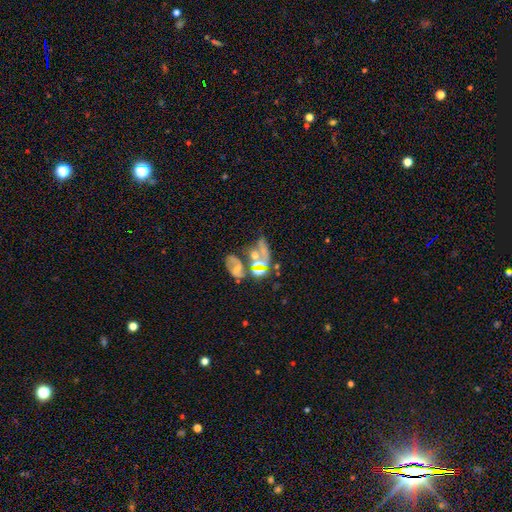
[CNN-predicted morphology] A featured or disk galaxy (49%).

Vote fractions:
- Smooth or featured? featured or disk: 49% / star or artifact: 27% / smooth: 24%
- Merging? merger: 45% / none: 22% / major disturbance: 21% / minor disturbance: 12%